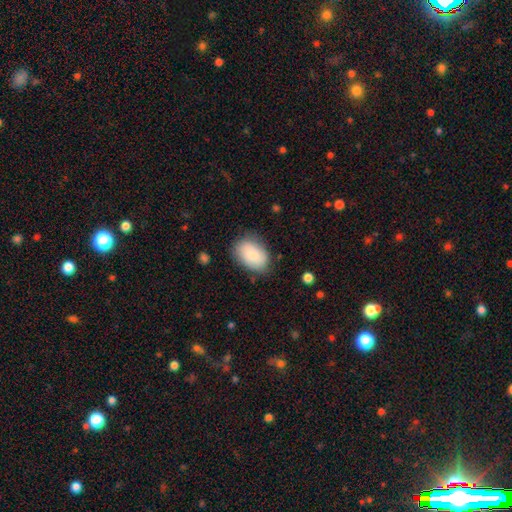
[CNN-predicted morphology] smooth 84%, featured or disk 10%, star or artifact 6%. Down the decision tree: how rounded — in between (87%); merging — none (75%).